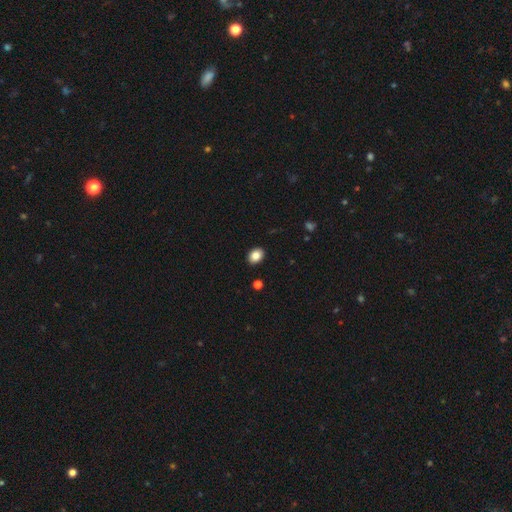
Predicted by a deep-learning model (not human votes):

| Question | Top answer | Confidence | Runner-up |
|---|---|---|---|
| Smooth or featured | smooth | 85% | star or artifact (9%) |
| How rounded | in between | 66% | round (33%) |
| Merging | none | 91% | minor disturbance (6%) |